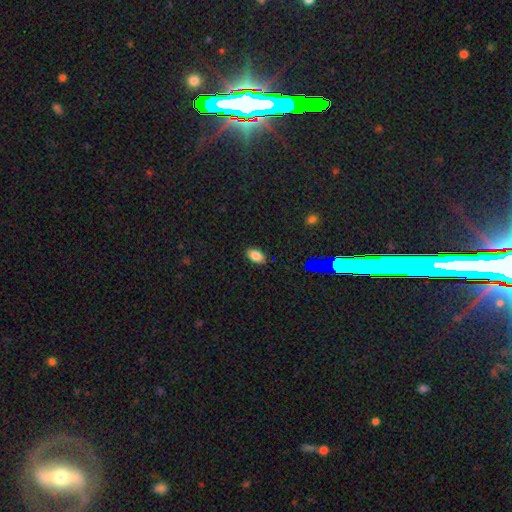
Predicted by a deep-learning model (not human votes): The model was most divided on "smooth or featured": smooth: 82%, star or artifact: 13%, featured or disk: 6%. More confident: how rounded — in between (91%); merging — none (88%).